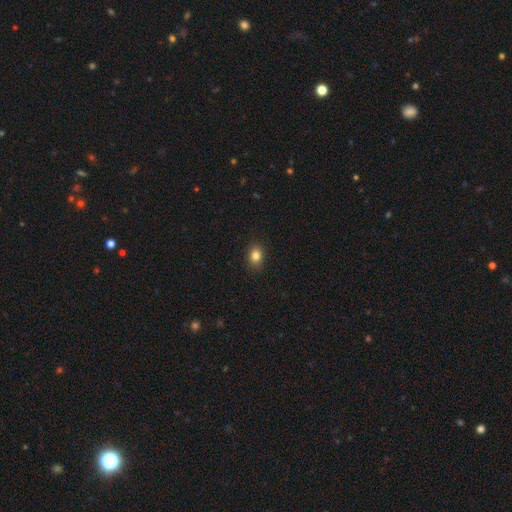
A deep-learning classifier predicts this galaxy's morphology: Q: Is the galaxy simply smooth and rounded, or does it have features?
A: smooth — 83%.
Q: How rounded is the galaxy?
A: in between — 59%.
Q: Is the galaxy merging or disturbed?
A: none — 87%.